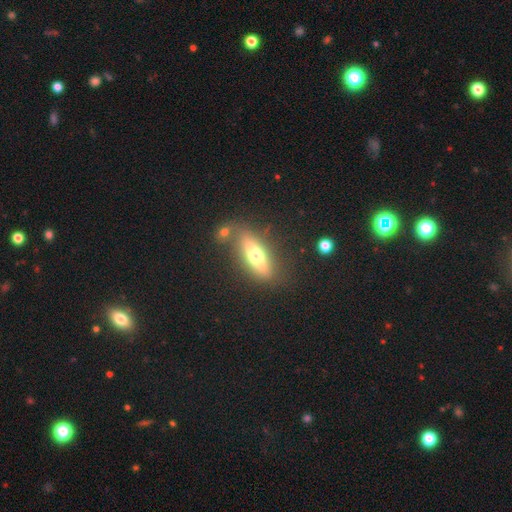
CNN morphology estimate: Smooth or featured?
  - smooth: 55% *
  - featured or disk: 37%
  - star or artifact: 8%
How rounded?
  - in between: 53% *
  - cigar-shaped: 43%
  - round: 4%
Merging?
  - none: 71% *
  - minor disturbance: 13%
  - merger: 10%
  - major disturbance: 6%